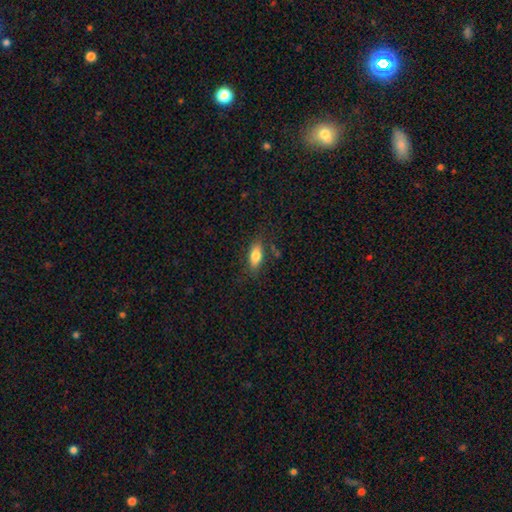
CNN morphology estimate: This is likely a smooth galaxy (78%). How rounded: likely in between (78%). Merging: likely none (78%).